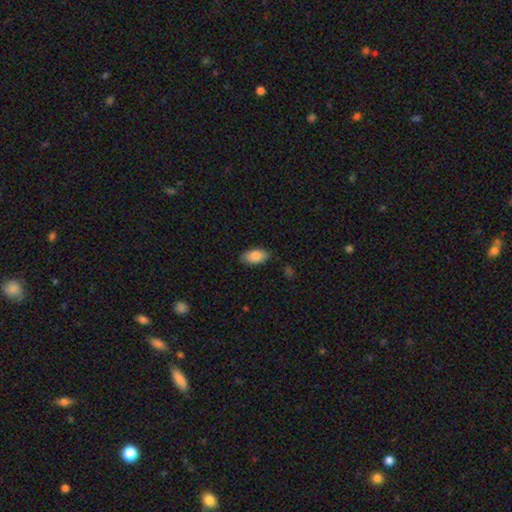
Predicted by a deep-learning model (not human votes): This is clearly a smooth galaxy (83%). How rounded: clearly in between (94%). Merging: clearly none (83%).